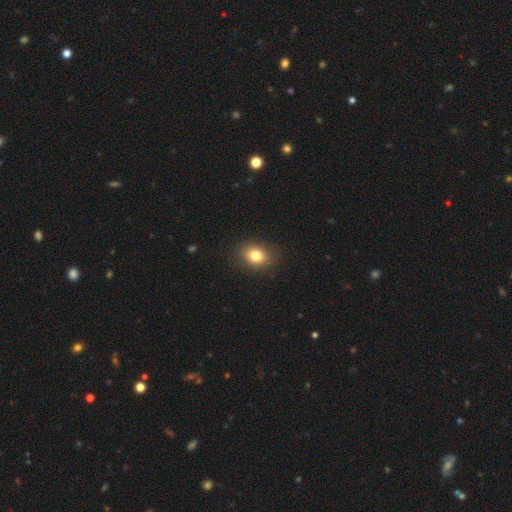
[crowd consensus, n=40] A smooth galaxy with no disk features (92%) that is in between round and cigar-shaped (62%).

Vote fractions:
- Smooth or featured? smooth: 92% / featured or disk: 5% / star or artifact: 2%
- How rounded? in between: 62% / round: 38% / cigar-shaped: 0%
- Merging? none: 87% / minor disturbance: 5% / merger: 5% / major disturbance: 3%